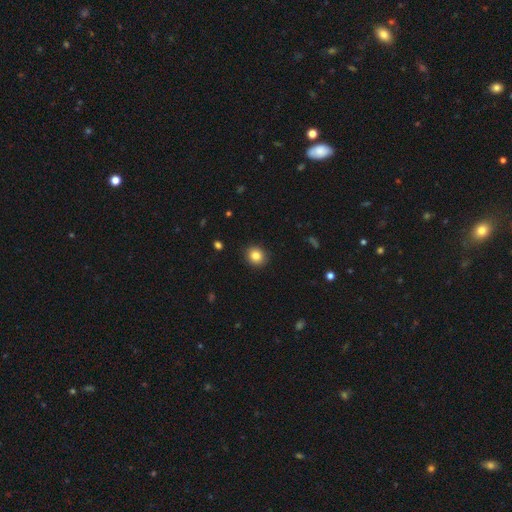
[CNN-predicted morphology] This is clearly a smooth galaxy (84%). How rounded: clearly round (85%). Merging: clearly none (91%).